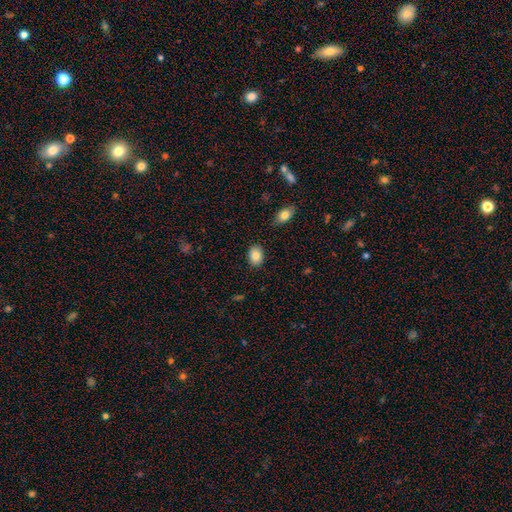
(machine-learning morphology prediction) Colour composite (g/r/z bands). It shows a smooth galaxy with no disk features (85%) that is in between round and cigar-shaped (68%). Merging: none (86%).